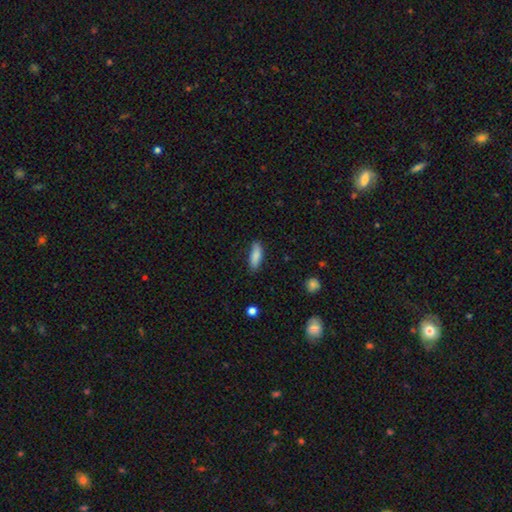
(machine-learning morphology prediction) smooth_or_featured: smooth (p=0.86) [alt: featured or disk p=0.07]
how_rounded: in between (p=0.62) [alt: cigar-shaped p=0.36]
merging: none (p=0.78) [alt: minor disturbance p=0.17]